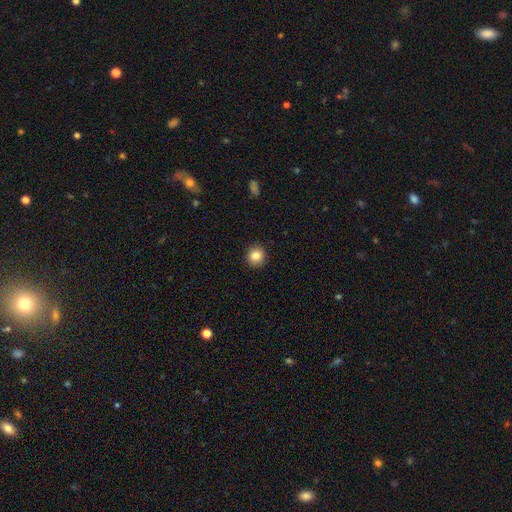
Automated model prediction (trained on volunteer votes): Smooth or featured? Predicted: smooth (p=0.85). How rounded? Predicted: round (p=0.90). Merging? Predicted: none (p=0.91).